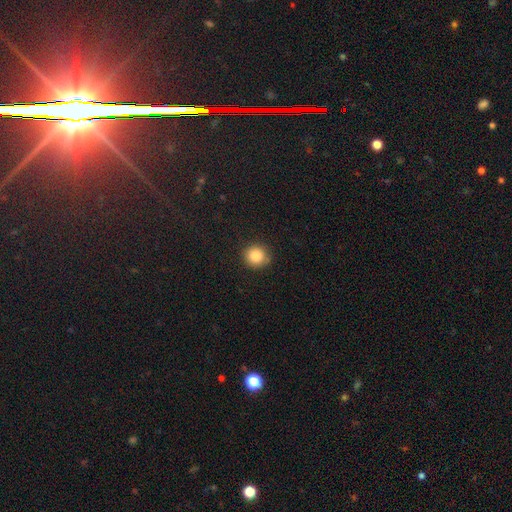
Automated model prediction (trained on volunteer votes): Smooth or featured? smooth (85%)
How rounded? round (92%)
Merging? none (88%)